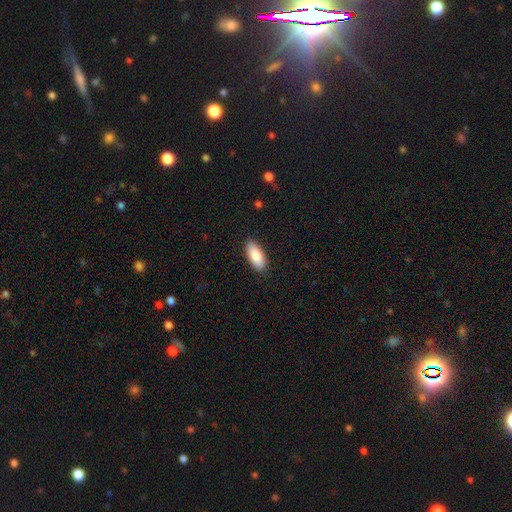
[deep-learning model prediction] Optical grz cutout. It shows a smooth galaxy with no disk features (88%) that is in between round and cigar-shaped (84%). Merging: none (89%).